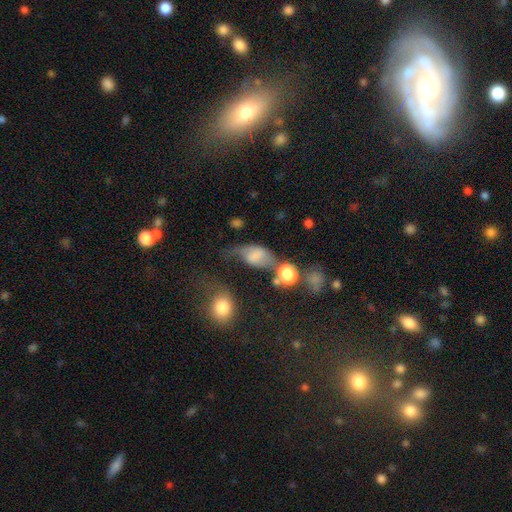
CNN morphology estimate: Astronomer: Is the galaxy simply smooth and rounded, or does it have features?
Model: smooth — 53% (runner-up: featured or disk, 35%).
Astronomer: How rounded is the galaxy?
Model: in between — 80%.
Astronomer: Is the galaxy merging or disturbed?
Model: none — 34% (runner-up: major disturbance, 26%).